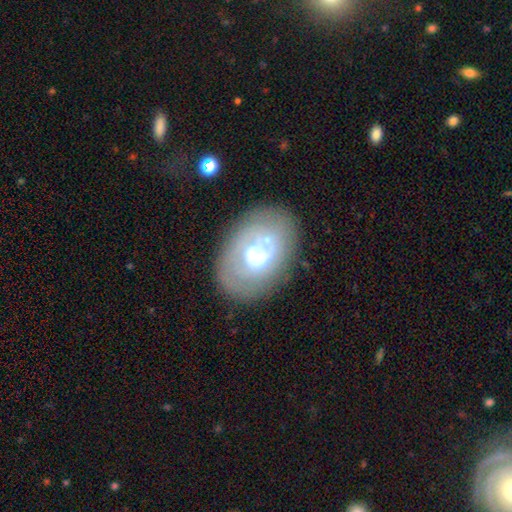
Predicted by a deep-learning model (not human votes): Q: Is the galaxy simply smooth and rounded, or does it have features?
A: featured or disk — 53%.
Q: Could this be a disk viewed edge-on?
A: no — 94%.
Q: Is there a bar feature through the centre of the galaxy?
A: no — 54%.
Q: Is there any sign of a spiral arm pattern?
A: no — 62%.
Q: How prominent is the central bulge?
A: moderate — 58%.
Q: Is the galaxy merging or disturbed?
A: none — 65%.